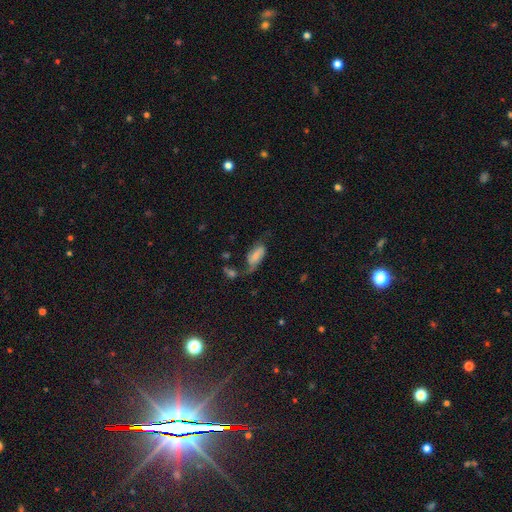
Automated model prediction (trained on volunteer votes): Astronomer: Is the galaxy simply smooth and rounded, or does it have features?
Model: smooth — 53% (runner-up: featured or disk, 37%).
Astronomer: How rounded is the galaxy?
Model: in between — 84%.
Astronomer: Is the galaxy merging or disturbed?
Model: none — 33% (runner-up: major disturbance, 29%).